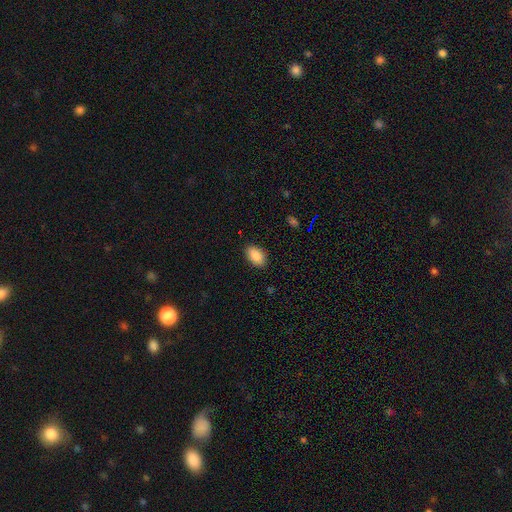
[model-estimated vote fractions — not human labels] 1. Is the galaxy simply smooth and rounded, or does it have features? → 89% smooth, 7% star or artifact, 4% featured or disk.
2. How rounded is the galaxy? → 91% in between, 7% round, 2% cigar-shaped.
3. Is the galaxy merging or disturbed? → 87% none, 10% minor disturbance, 2% major disturbance, 1% merger.